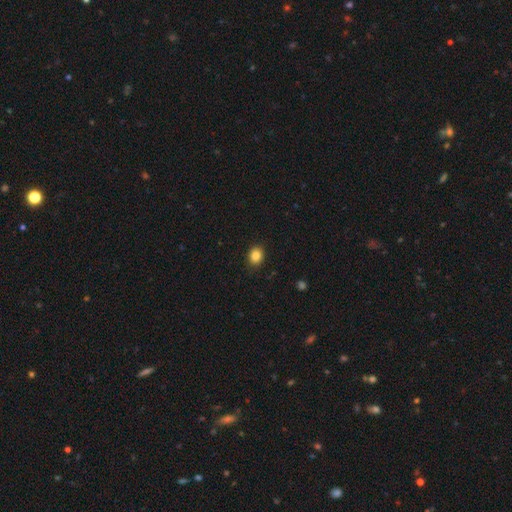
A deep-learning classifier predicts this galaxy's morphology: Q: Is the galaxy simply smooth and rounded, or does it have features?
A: smooth — 86%.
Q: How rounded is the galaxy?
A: round — 56%.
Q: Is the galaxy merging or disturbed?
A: none — 89%.